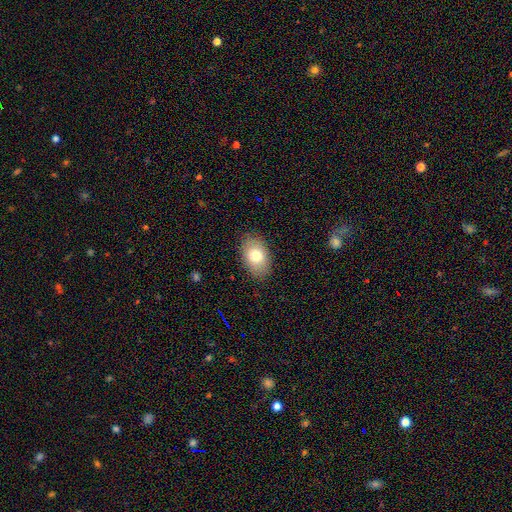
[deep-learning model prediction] A smooth galaxy with no disk features (77%) that is in between round and cigar-shaped (87%).

Vote fractions:
- Smooth or featured? smooth: 77% / featured or disk: 15% / star or artifact: 8%
- How rounded? in between: 87% / round: 11% / cigar-shaped: 1%
- Merging? none: 86% / minor disturbance: 10% / major disturbance: 3% / merger: 1%